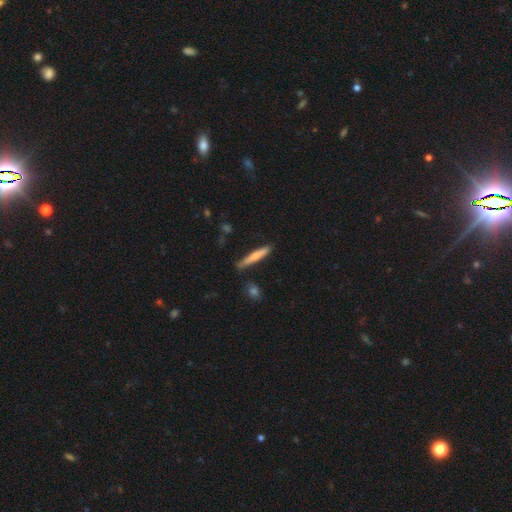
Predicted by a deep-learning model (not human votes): Smooth or featured: smooth — 64% (featured or disk — 31%)
How rounded: cigar-shaped — 92% (in between — 6%)
Merging: none — 83% (minor disturbance — 12%)